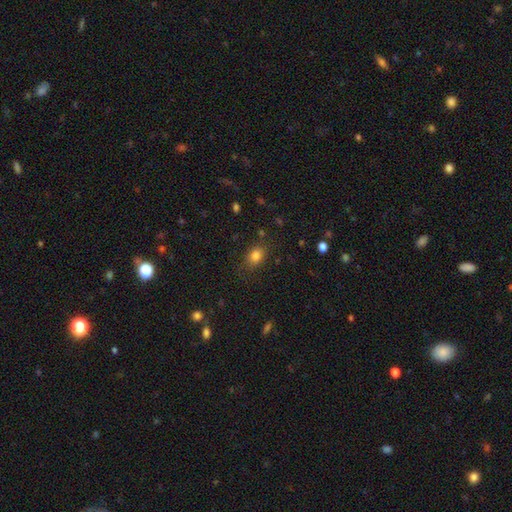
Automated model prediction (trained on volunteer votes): smooth_or_featured: smooth (p=0.81) [alt: star or artifact p=0.12]
how_rounded: in between (p=0.66) [alt: round p=0.32]
merging: none (p=0.78) [alt: minor disturbance p=0.15]